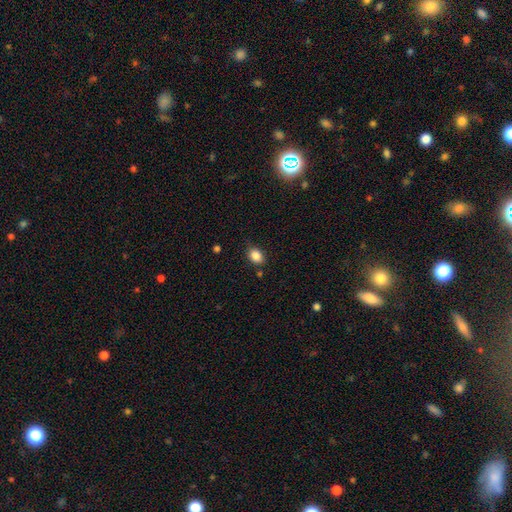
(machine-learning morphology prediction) smooth_or_featured: smooth (p=0.86) [alt: star or artifact p=0.09]
how_rounded: in between (p=0.70) [alt: round p=0.29]
merging: none (p=0.79) [alt: minor disturbance p=0.15]